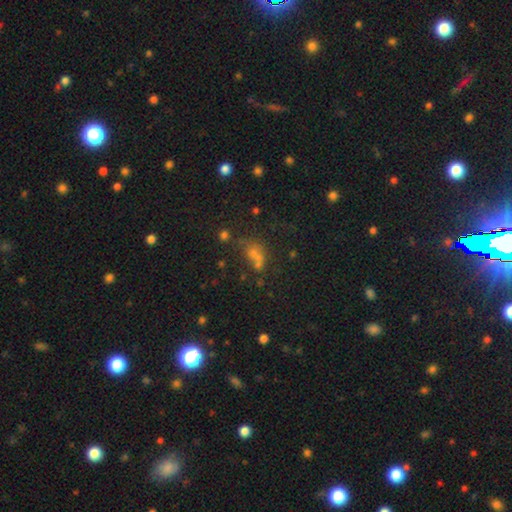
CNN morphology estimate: Q: Smooth or featured?
A: smooth (53%); runner-up: star or artifact (28%)
Q: How rounded?
A: round (48%); tied with: in between (48%)
Q: Merging?
A: merger (41%); runner-up: none (36%)